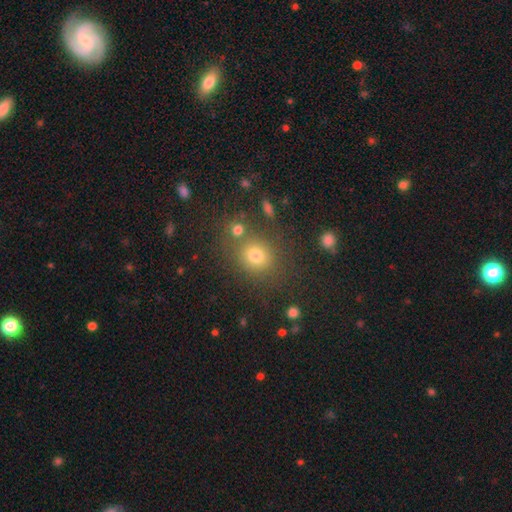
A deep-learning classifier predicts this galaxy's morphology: Smooth or featured: smooth — 74% (star or artifact — 18%)
How rounded: round — 75% (in between — 23%)
Merging: none — 73% (merger — 12%)